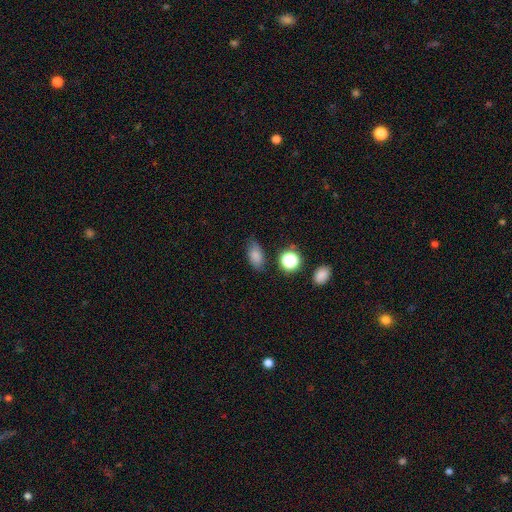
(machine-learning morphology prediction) This is likely a smooth galaxy (78%). How rounded: clearly in between (85%). Merging: likely none (76%).